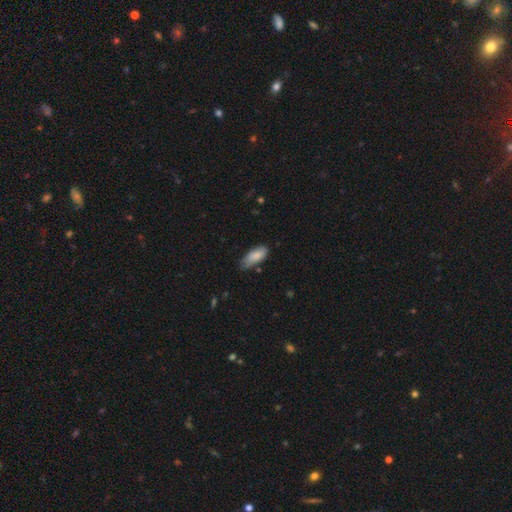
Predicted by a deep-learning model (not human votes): smooth-or-featured: smooth: 82% | featured or disk: 11% | star or artifact: 7%
  how-rounded: in between: 82% | cigar-shaped: 16% | round: 2%
  merging: none: 55% | minor disturbance: 37% | major disturbance: 6% | merger: 2%